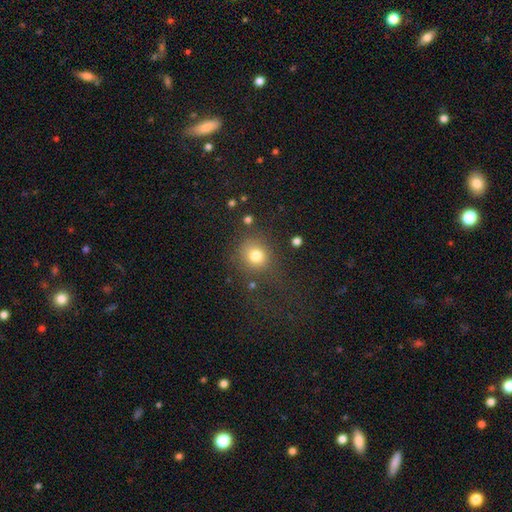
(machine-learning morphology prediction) This appears to be a smooth galaxy with no disk features (78%) that is round (84%). Merging: none (72%).